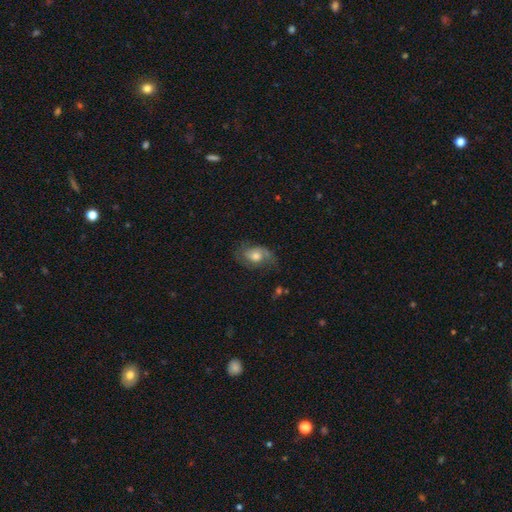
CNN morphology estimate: Overall: featured or disk (57%; smooth 33%). Edge-on disk: no (95%). Bar: no (67%; weak 27%). Spiral arms: yes (83%). Bulge size: moderate (59%; large 22%). Merging: none (59%; minor disturbance 24%).